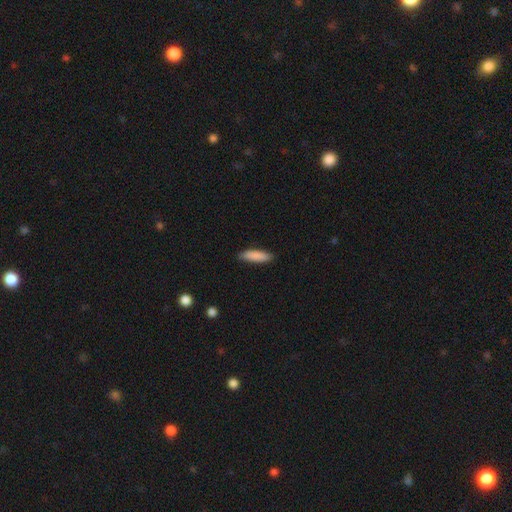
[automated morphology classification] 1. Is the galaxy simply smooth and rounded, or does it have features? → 87% smooth, 7% featured or disk, 6% star or artifact.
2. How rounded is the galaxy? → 69% cigar-shaped, 30% in between, 1% round.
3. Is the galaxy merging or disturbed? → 87% none, 10% minor disturbance, 2% major disturbance, 1% merger.